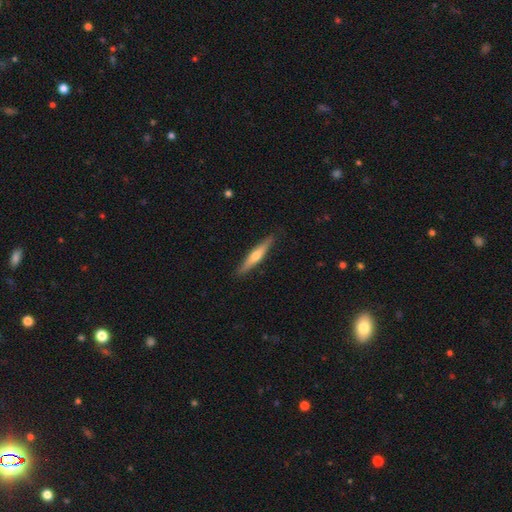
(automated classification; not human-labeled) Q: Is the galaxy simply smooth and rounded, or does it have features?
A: featured or disk — 53%.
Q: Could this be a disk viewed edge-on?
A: yes — 95%.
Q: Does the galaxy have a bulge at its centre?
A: rounded — 82%.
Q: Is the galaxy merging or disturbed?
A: none — 89%.